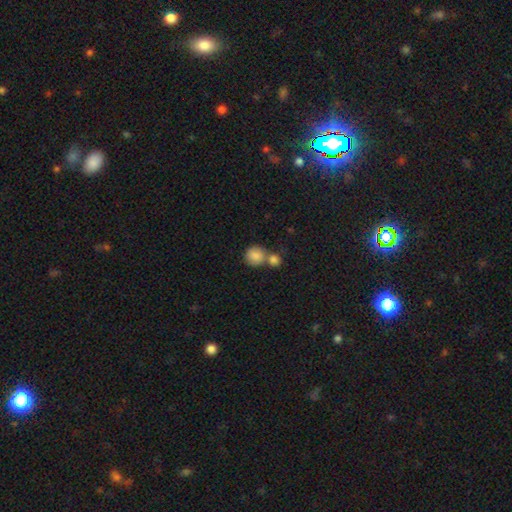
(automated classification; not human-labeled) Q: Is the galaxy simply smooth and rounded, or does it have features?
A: smooth — 85%.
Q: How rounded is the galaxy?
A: round — 87%.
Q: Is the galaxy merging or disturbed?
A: merger — 46%.